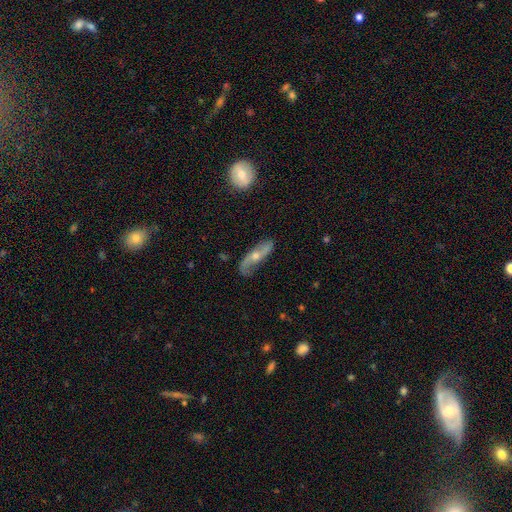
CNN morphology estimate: Smooth or featured?
  - featured or disk: 75% *
  - smooth: 18%
  - star or artifact: 7%
Edge-on disk?
  - no: 77% *
  - yes: 23%
Bar?
  - no: 52% *
  - weak: 31%
  - strong: 17%
Spiral arms?
  - yes: 89% *
  - no: 11%
Spiral winding?
  - loose: 69% *
  - medium: 22%
  - tight: 9%
Spiral arm count?
  - 2: 89% *
  - can't tell: 5%
  - 1: 3%
  - 3: 1%
  - 4: 1%
  - more than 4: 1%
Bulge size?
  - moderate: 57% *
  - small: 38%
  - large: 2%
  - none: 2%
  - dominant: 1%
Merging?
  - none: 74% *
  - minor disturbance: 18%
  - major disturbance: 6%
  - merger: 2%